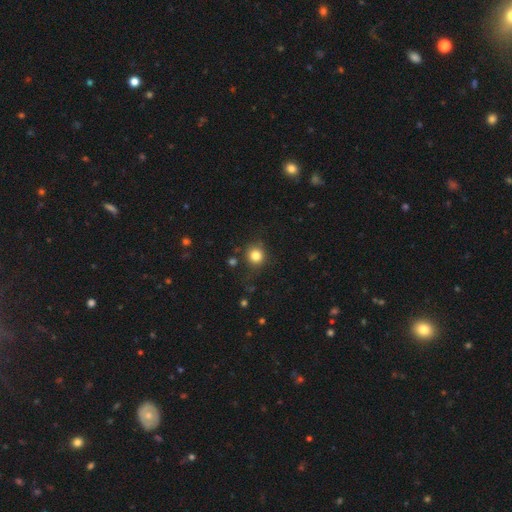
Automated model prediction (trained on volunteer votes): Overall: smooth (82%). How rounded: round (89%). Merging: none (82%).